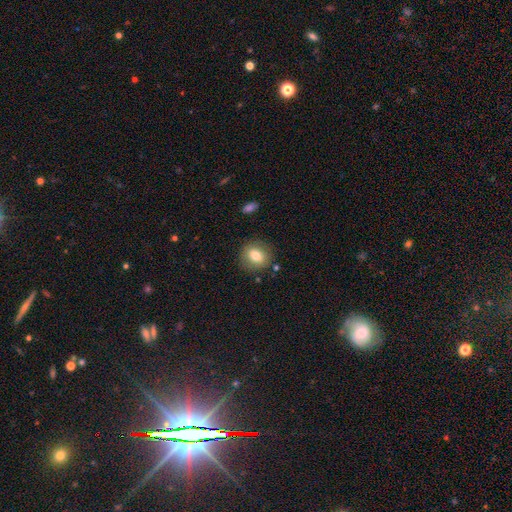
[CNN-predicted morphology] The model was most divided on "how rounded": round: 73%, in between: 26%, cigar-shaped: 1%. More confident: merging — none (85%); smooth or featured — smooth (77%).